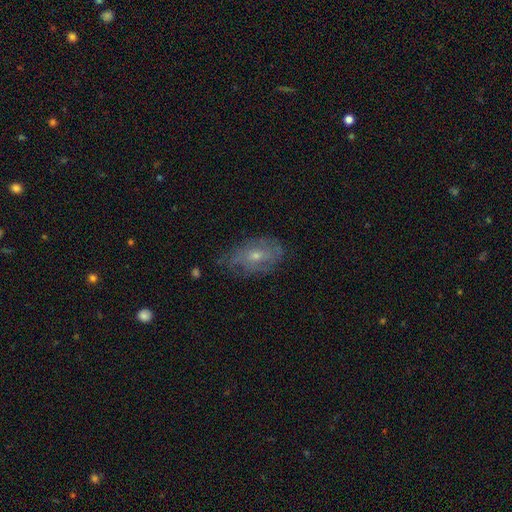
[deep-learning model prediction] Q: Smooth or featured?
A: featured or disk (53%); runner-up: smooth (38%)
Q: Edge-on disk?
A: no (92%); runner-up: yes (8%)
Q: Merging?
A: none (62%); runner-up: minor disturbance (27%)